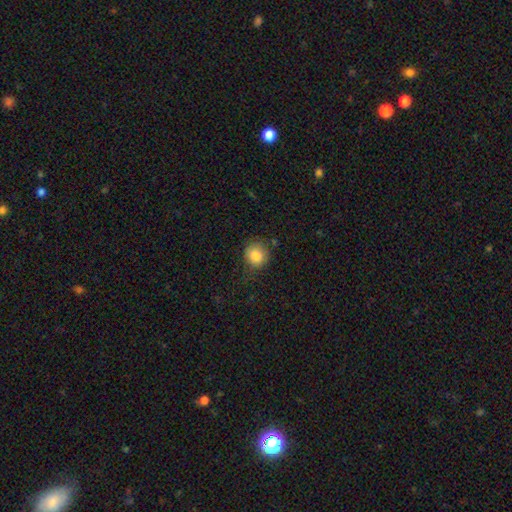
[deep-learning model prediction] smooth-or-featured: smooth: 84% | star or artifact: 9% | featured or disk: 7%
  how-rounded: round: 85% | in between: 14% | cigar-shaped: 1%
  merging: none: 74% | minor disturbance: 18% | major disturbance: 5% | merger: 2%